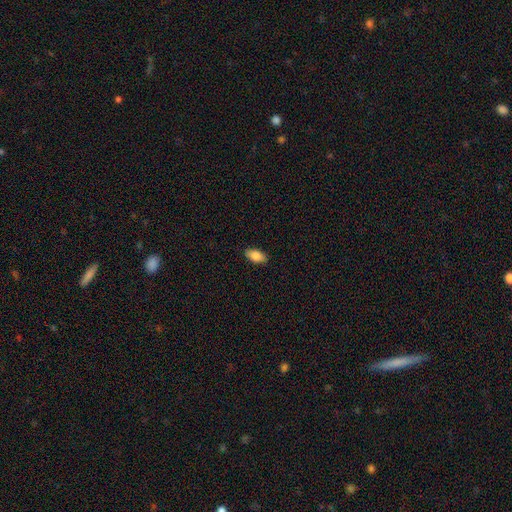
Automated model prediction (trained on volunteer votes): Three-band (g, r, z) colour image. It shows a smooth galaxy with no disk features (84%) that is in between round and cigar-shaped (92%). Merging: none (88%).